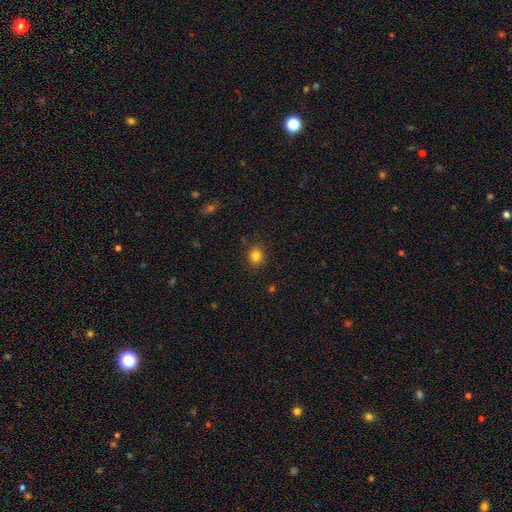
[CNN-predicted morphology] A smooth galaxy with no disk features (82%) that is round (77%).

Vote fractions:
- Smooth or featured? smooth: 82% / star or artifact: 12% / featured or disk: 5%
- How rounded? round: 77% / in between: 22% / cigar-shaped: 1%
- Merging? none: 88% / minor disturbance: 8% / major disturbance: 2% / merger: 1%